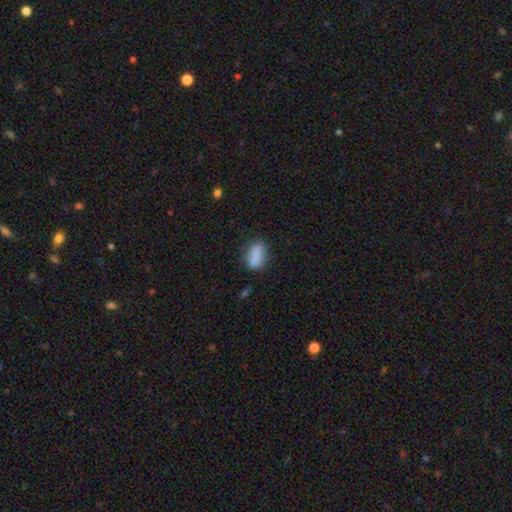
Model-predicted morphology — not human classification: smooth 84%, star or artifact 9%, featured or disk 8%. Down the decision tree: how rounded — in between (80%); merging — none (70%).